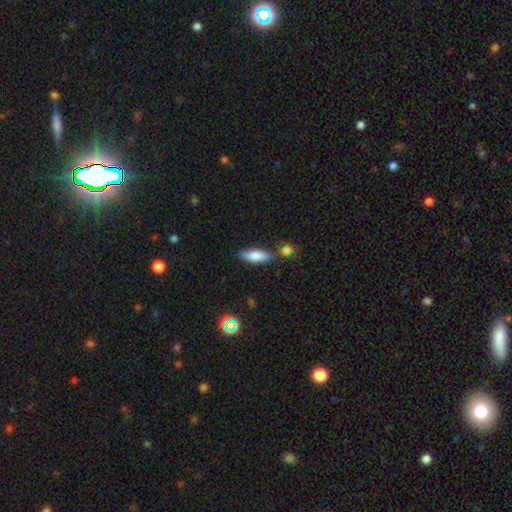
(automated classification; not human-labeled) Overall: smooth (82%). How rounded: in between (69%). Merging: none (62%).